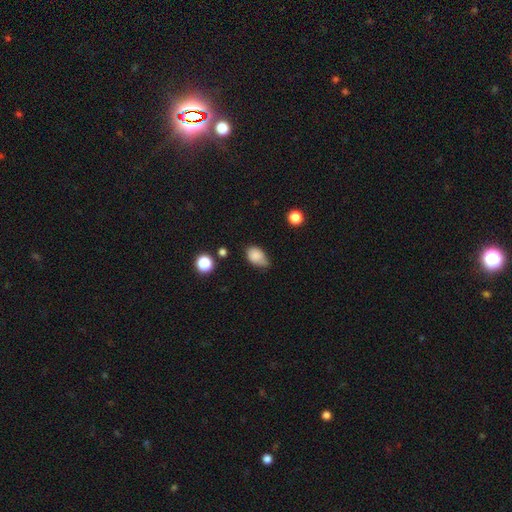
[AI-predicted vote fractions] Smooth or featured? smooth (83%)
How rounded? in between (82%)
Merging? minor disturbance (45%)